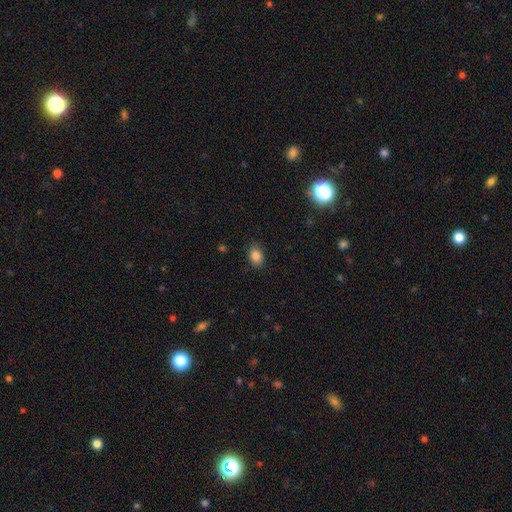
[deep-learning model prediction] smooth 85%, star or artifact 10%, featured or disk 5%. Down the decision tree: how rounded — in between (79%); merging — none (84%).